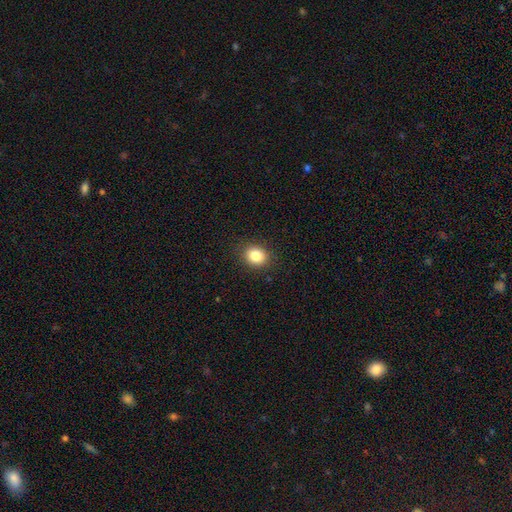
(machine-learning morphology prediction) type=smooth (83%); roundness=round (62%); merging=none (89%).